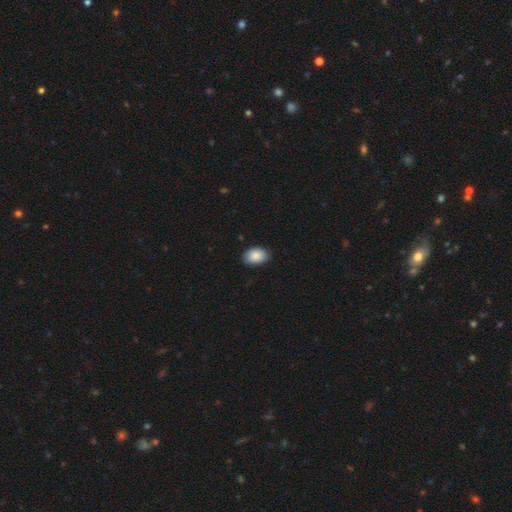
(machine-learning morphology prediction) Smooth or featured? smooth (88%)
How rounded? in between (84%)
Merging? none (86%)